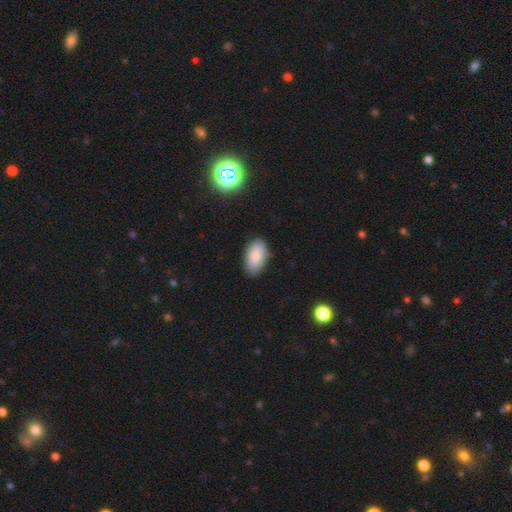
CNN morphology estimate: Smooth or featured? Predicted: smooth (p=0.79). How rounded? Predicted: in between (p=0.94). Merging? Predicted: none (p=0.83).